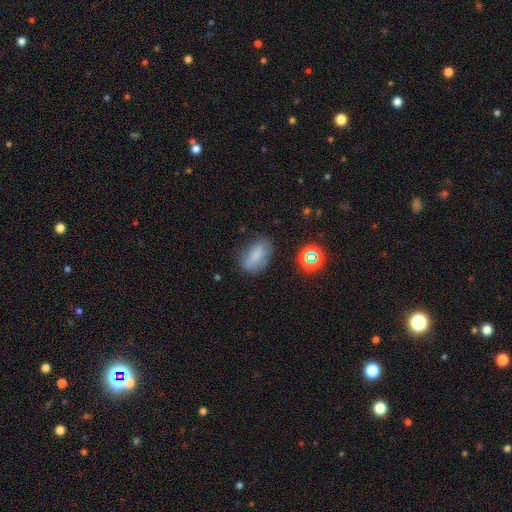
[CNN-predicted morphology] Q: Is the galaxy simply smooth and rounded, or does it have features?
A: smooth — 75%.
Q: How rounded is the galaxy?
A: in between — 83%.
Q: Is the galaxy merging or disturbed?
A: none — 69%.